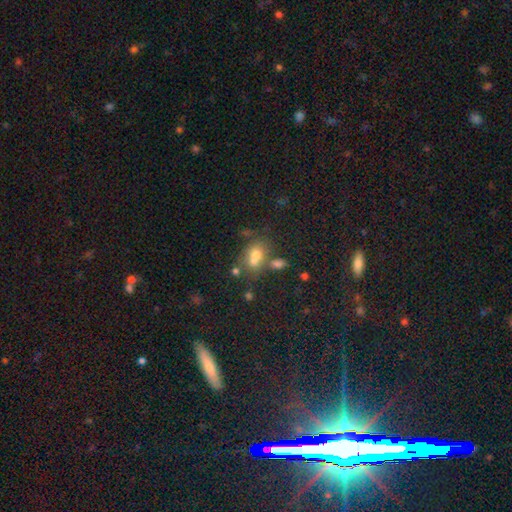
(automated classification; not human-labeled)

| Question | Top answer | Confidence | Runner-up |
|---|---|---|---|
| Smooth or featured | smooth | 64% | featured or disk (18%) |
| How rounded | in between | 53% | round (45%) |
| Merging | merger | 47% | none (36%) |